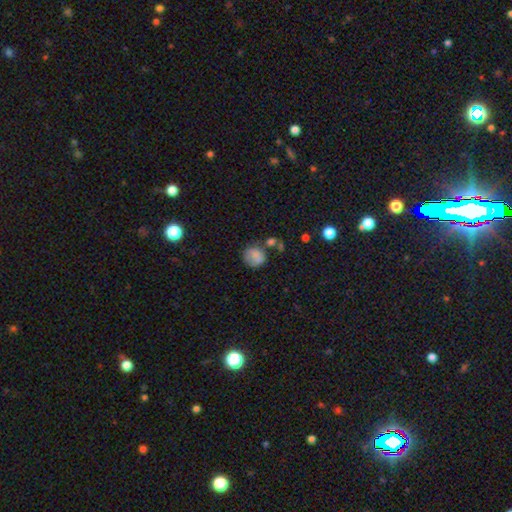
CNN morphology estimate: smooth-or-featured: smooth: 77% | featured or disk: 12% | star or artifact: 11%
  how-rounded: round: 81% | in between: 19% | cigar-shaped: 1%
  merging: none: 56% | minor disturbance: 23% | merger: 11% | major disturbance: 10%